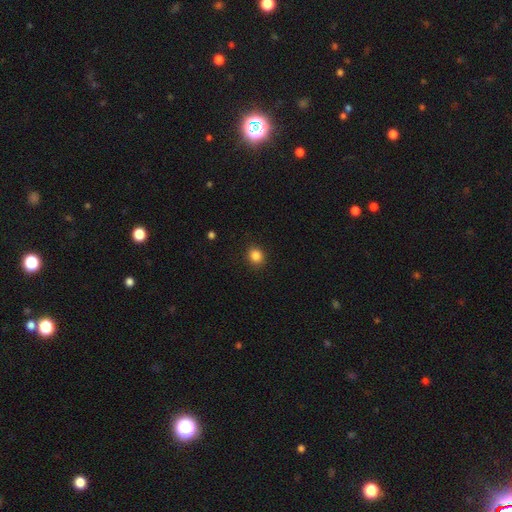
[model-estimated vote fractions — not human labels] A smooth galaxy with no disk features (85%) that is round (76%).

Vote fractions:
- Smooth or featured? smooth: 85% / star or artifact: 11% / featured or disk: 4%
- How rounded? round: 76% / in between: 23% / cigar-shaped: 1%
- Merging? none: 89% / minor disturbance: 8% / major disturbance: 2% / merger: 1%